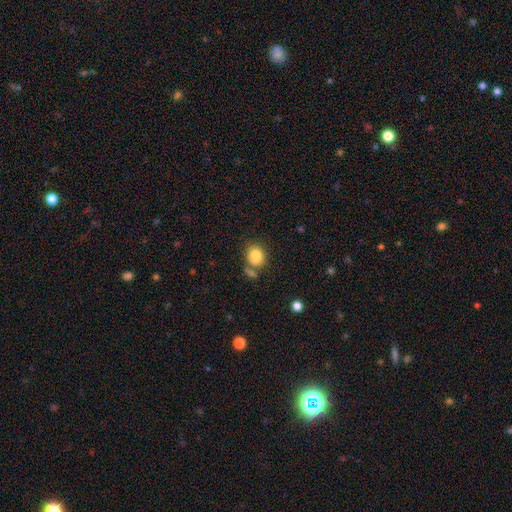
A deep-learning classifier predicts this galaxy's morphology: Smooth or featured: smooth — 83% (star or artifact — 9%)
How rounded: round — 68% (in between — 31%)
Merging: none — 61% (merger — 18%)